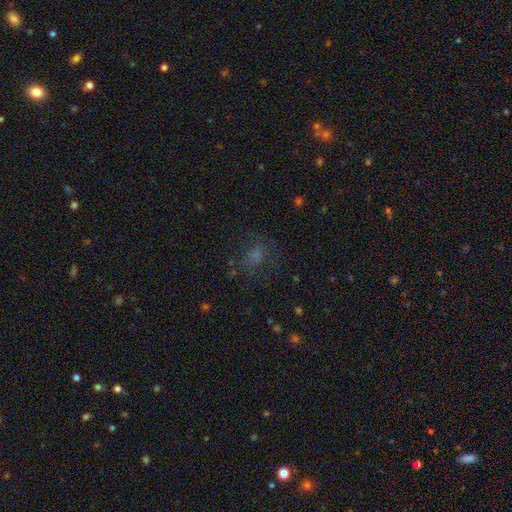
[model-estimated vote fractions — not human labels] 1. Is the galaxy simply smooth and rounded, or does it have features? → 52% smooth, 25% star or artifact, 22% featured or disk.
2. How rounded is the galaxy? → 55% round, 43% in between, 2% cigar-shaped.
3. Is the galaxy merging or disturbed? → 58% none, 21% major disturbance, 18% minor disturbance, 2% merger.